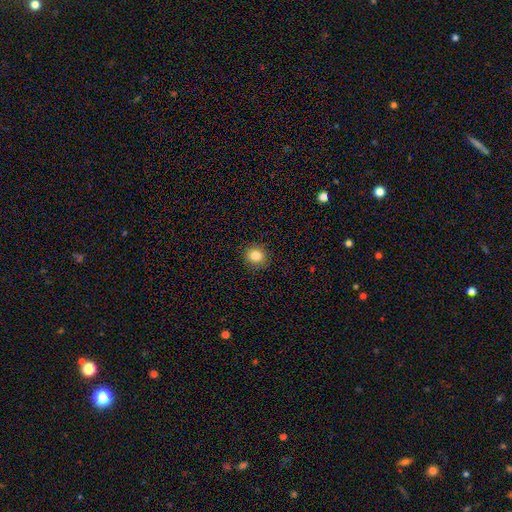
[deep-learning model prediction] The model was most divided on "how rounded": round: 80%, in between: 19%, cigar-shaped: 1%. More confident: merging — none (89%); smooth or featured — smooth (85%).